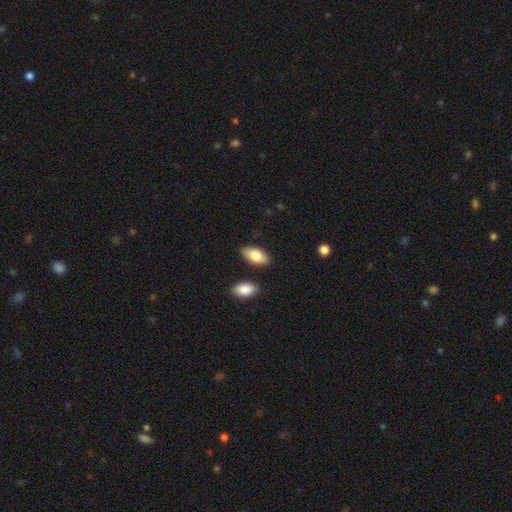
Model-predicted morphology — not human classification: smooth 82%, featured or disk 12%, star or artifact 6%. Down the decision tree: how rounded — in between (93%); merging — none (83%).